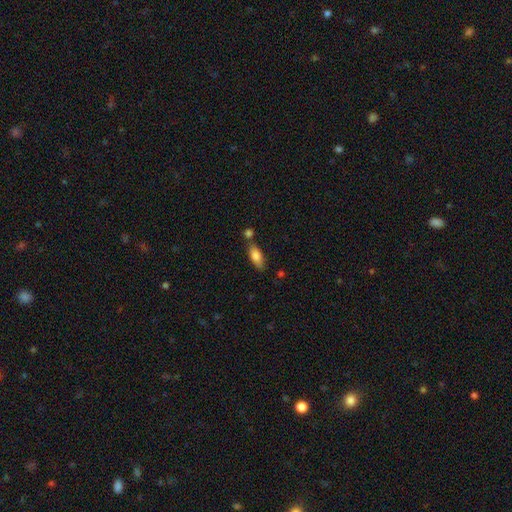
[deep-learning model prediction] smooth_or_featured: smooth (p=0.80) [alt: featured or disk p=0.14]
how_rounded: in between (p=0.75) [alt: cigar-shaped p=0.23]
merging: none (p=0.65) [alt: merger p=0.16]